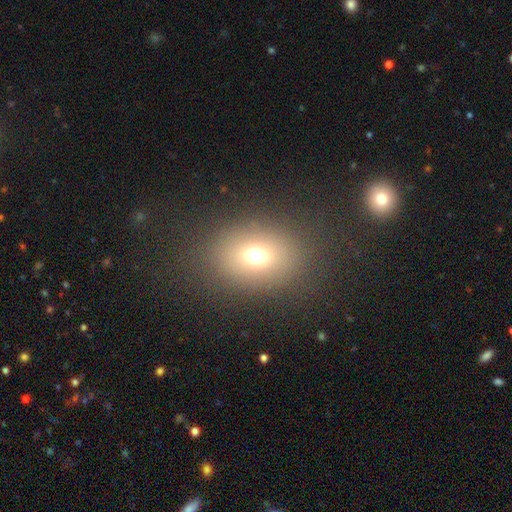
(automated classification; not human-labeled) Smooth or featured? smooth (68%)
How rounded? in between (59%)
Merging? none (83%)